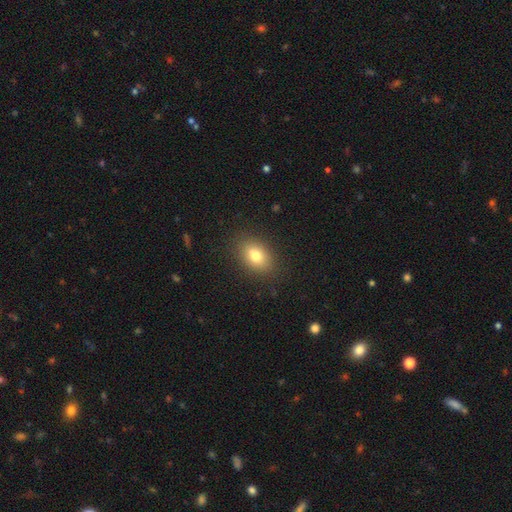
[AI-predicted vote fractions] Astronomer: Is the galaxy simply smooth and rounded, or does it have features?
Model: smooth — 78%.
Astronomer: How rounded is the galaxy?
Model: in between — 78%.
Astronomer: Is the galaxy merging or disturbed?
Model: none — 86%.